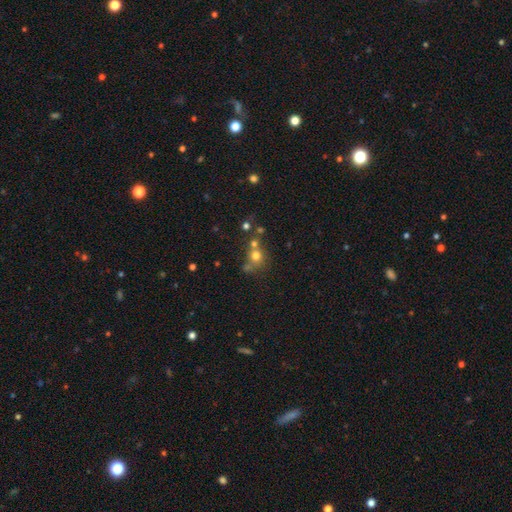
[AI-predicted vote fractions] A smooth galaxy with no disk features (68%) that is round (84%).

Vote fractions:
- Smooth or featured? smooth: 68% / star or artifact: 18% / featured or disk: 13%
- How rounded? round: 84% / in between: 15% / cigar-shaped: 1%
- Merging? none: 49% / merger: 34% / minor disturbance: 10% / major disturbance: 6%